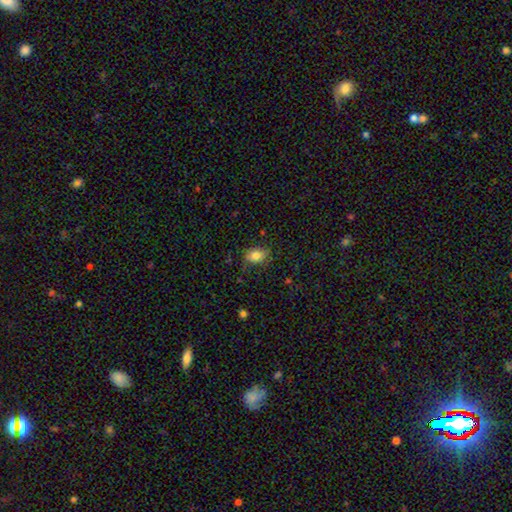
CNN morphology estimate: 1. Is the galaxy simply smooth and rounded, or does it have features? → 80% smooth, 10% featured or disk, 10% star or artifact.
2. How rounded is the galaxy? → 76% in between, 22% round, 2% cigar-shaped.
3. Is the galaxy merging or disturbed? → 74% none, 20% minor disturbance, 5% major disturbance, 2% merger.